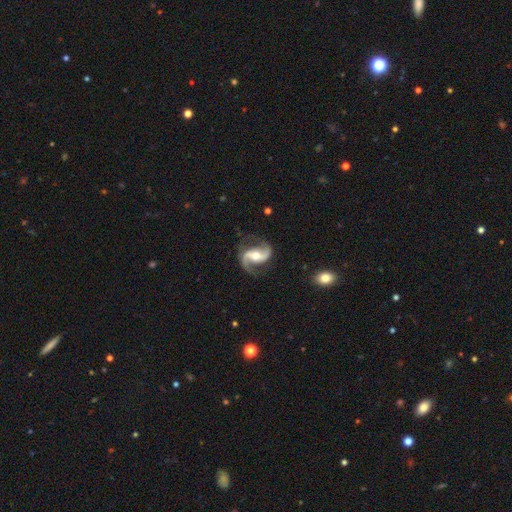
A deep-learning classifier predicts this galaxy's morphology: featured or disk 91%, smooth 4%, star or artifact 4%. Down the decision tree: edge-on disk — no (98%); bar — weak (37%); spiral arms — yes (98%); spiral arm count — 2 (94%); spiral winding — loose (46%); bulge size — moderate (65%); merging — none (78%).